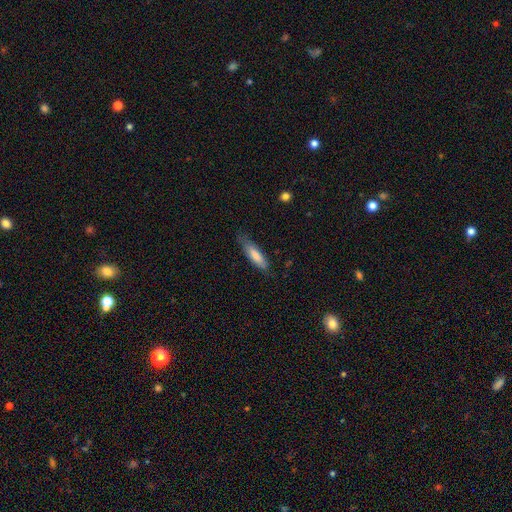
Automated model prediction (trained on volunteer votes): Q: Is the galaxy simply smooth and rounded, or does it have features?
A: smooth — 76%.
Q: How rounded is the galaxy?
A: cigar-shaped — 63%.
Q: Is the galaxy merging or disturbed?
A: none — 70%.